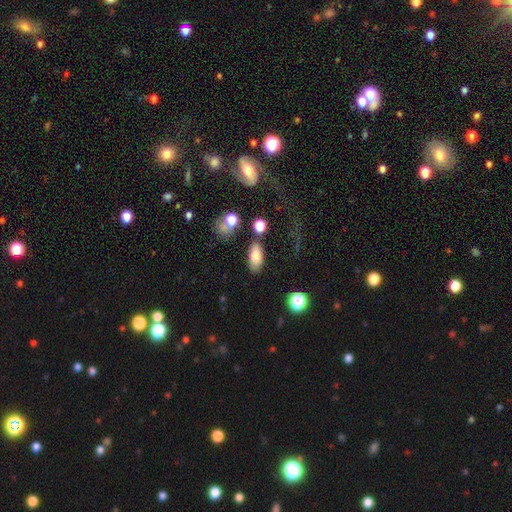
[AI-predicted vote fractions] This is clearly a smooth galaxy (83%). How rounded: clearly in between (91%). Merging: likely none (75%).